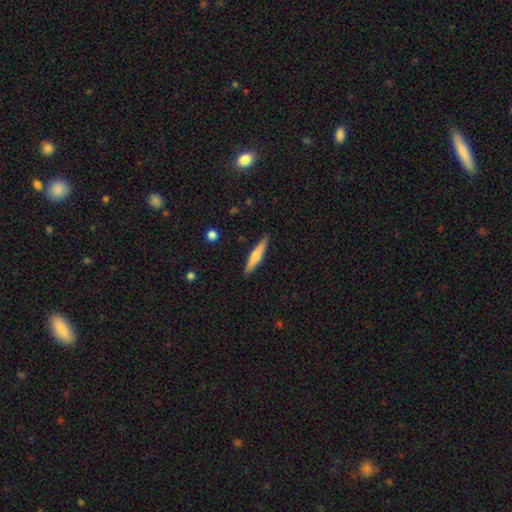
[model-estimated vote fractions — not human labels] Smooth or featured? Predicted: smooth (p=0.59). How rounded? Predicted: cigar-shaped (p=0.89). Merging? Predicted: none (p=0.89).